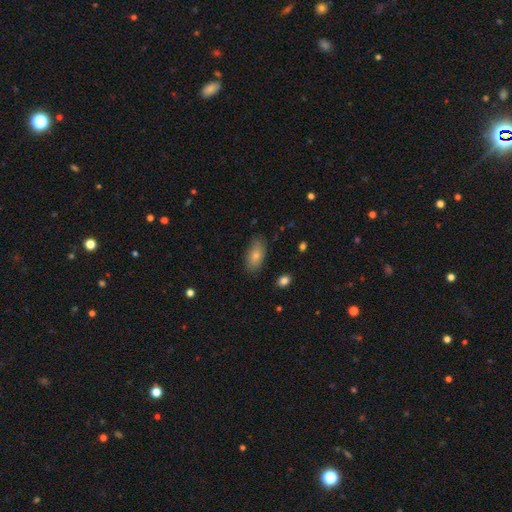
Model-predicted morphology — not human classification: A smooth galaxy with no disk features (78%) that is in between round and cigar-shaped (91%).

Vote fractions:
- Smooth or featured? smooth: 78% / featured or disk: 15% / star or artifact: 7%
- How rounded? in between: 91% / cigar-shaped: 4% / round: 4%
- Merging? none: 78% / minor disturbance: 17% / major disturbance: 4% / merger: 1%